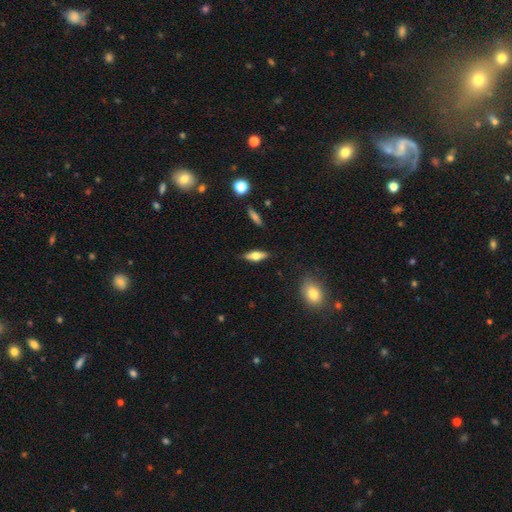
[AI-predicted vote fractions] The model was most divided on "smooth or featured": smooth: 51%, featured or disk: 42%, star or artifact: 7%. More confident: merging — none (85%); how rounded — in between (59%).